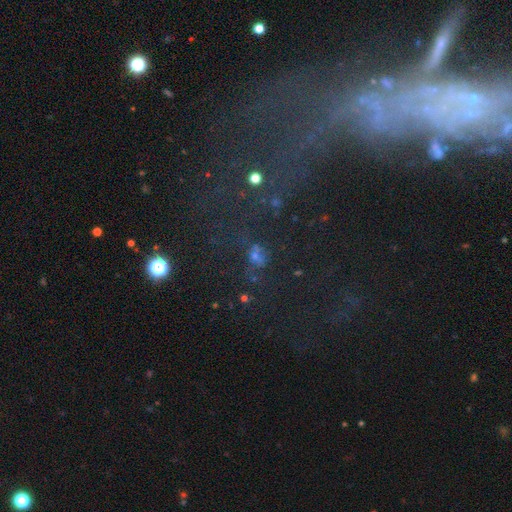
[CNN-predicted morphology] This is possibly a star or artifact rather than a galaxy (45%).